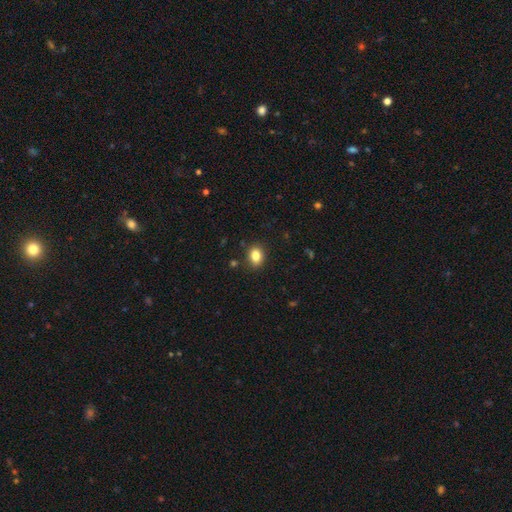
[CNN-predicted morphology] The model was most divided on "how rounded": in between: 66%, round: 33%, cigar-shaped: 1%. More confident: merging — none (87%); smooth or featured — smooth (84%).